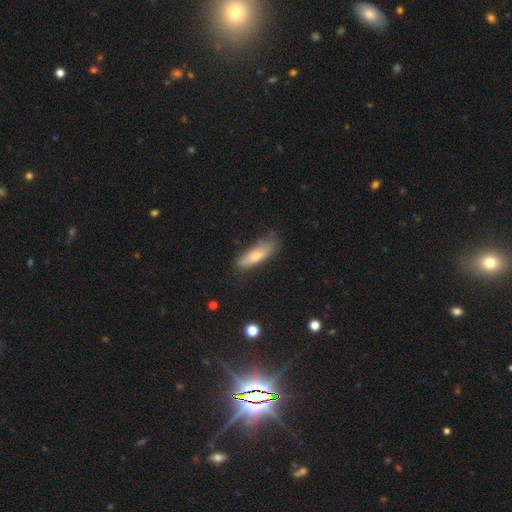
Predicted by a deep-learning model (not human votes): Overall: smooth (65%; featured or disk 27%). How rounded: cigar-shaped (52%; in between 46%). Merging: none (59%; minor disturbance 29%).